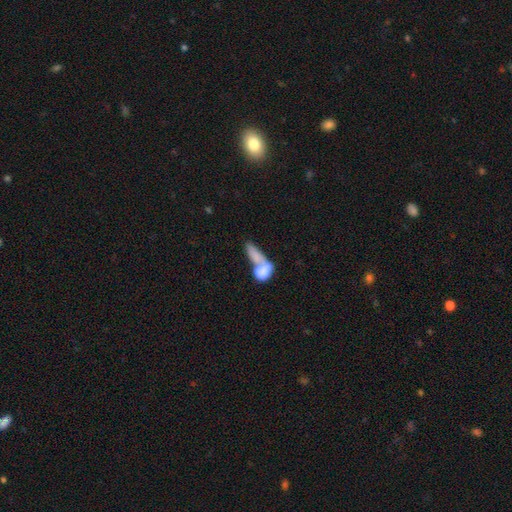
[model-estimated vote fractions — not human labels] Smooth or featured? smooth (71%)
How rounded? in between (73%)
Merging? merger (71%)